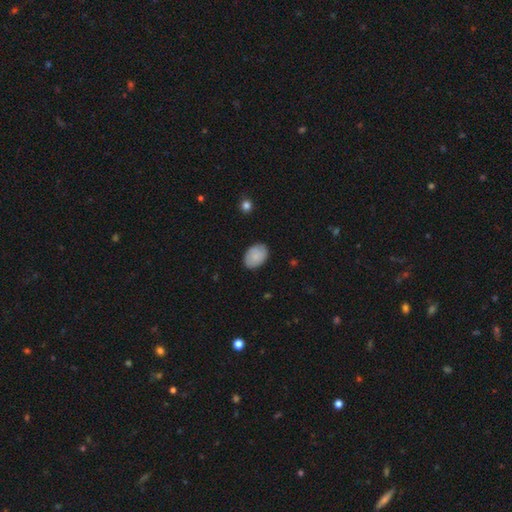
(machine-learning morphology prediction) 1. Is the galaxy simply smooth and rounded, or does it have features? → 80% smooth, 13% featured or disk, 7% star or artifact.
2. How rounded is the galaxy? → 81% in between, 18% round, 1% cigar-shaped.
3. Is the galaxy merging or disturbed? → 83% none, 13% minor disturbance, 2% major disturbance, 1% merger.